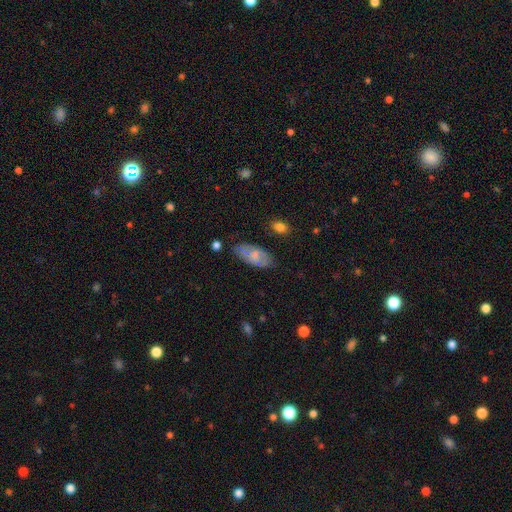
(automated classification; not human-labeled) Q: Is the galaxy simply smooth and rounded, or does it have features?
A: smooth — 54%.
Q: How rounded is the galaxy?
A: in between — 88%.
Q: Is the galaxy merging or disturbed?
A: none — 75%.